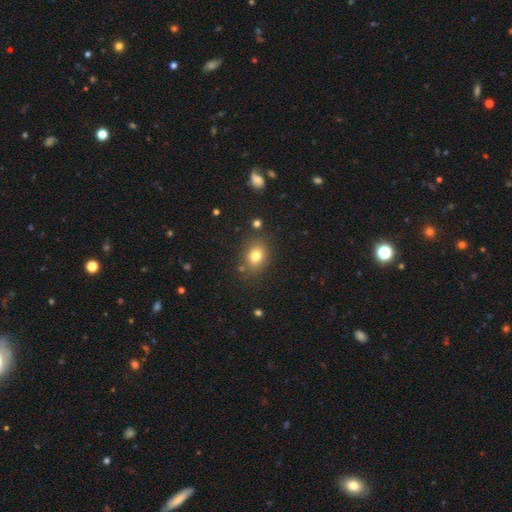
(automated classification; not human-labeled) This is likely a smooth galaxy (76%). How rounded: possibly in between (54%). Merging: likely none (80%).